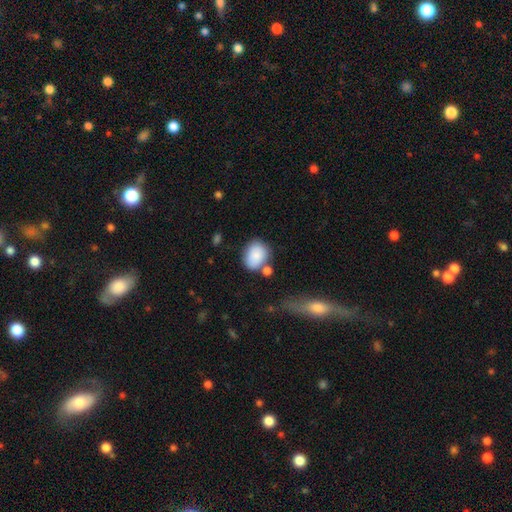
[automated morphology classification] Smooth or featured? Predicted: smooth (p=0.85). How rounded? Predicted: in between (p=0.64). Merging? Predicted: none (p=0.59).